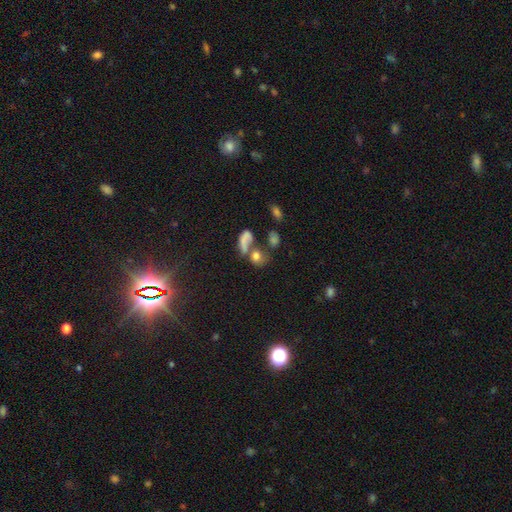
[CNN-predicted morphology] smooth_or_featured: star or artifact (p=0.66) [alt: smooth p=0.20]